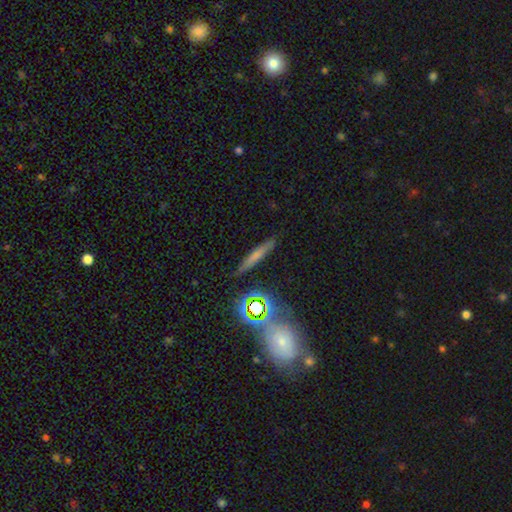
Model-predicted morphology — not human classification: Smooth or featured: smooth — 61% (featured or disk — 23%)
How rounded: cigar-shaped — 88% (in between — 7%)
Merging: none — 83% (minor disturbance — 11%)